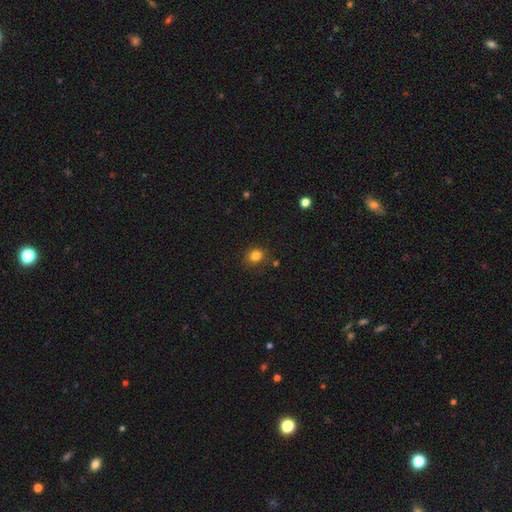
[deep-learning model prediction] Smooth or featured? smooth (82%)
How rounded? round (71%)
Merging? none (78%)